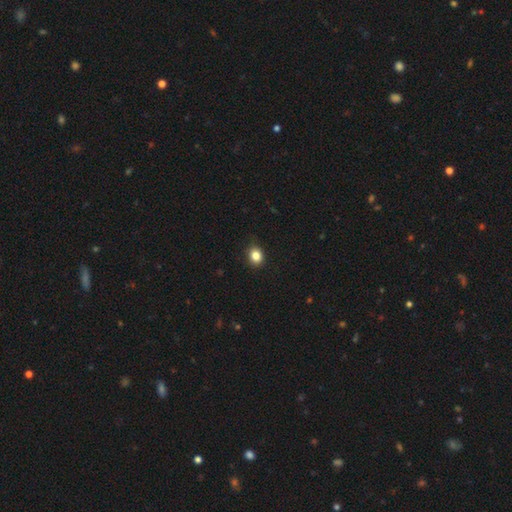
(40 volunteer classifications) smooth_or_featured: smooth (p=0.82) [alt: featured or disk p=0.12]
how_rounded: round (p=0.67) [alt: in between p=0.33]
merging: none (p=0.76) [alt: minor disturbance p=0.13]